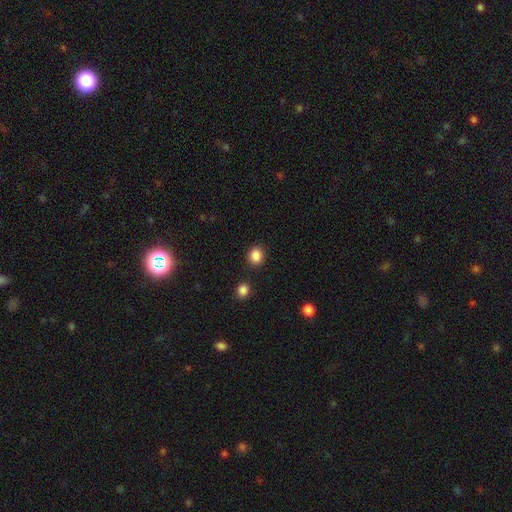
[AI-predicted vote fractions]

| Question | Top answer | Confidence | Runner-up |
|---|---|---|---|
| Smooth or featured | smooth | 86% | star or artifact (10%) |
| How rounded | round | 78% | in between (21%) |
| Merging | none | 87% | minor disturbance (7%) |